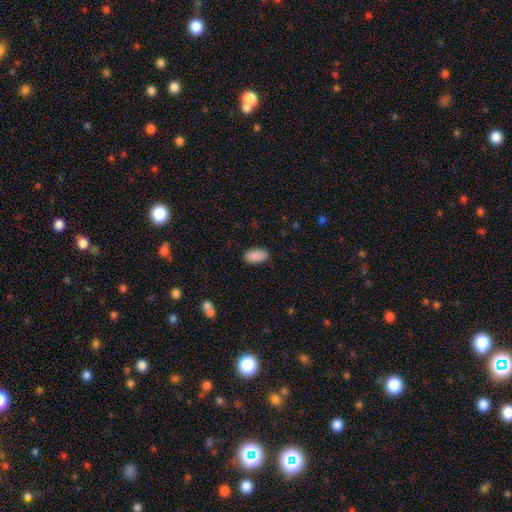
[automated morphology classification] smooth-or-featured: smooth: 89% | star or artifact: 7% | featured or disk: 3%
  how-rounded: in between: 95% | round: 3% | cigar-shaped: 2%
  merging: none: 83% | minor disturbance: 13% | major disturbance: 3% | merger: 1%